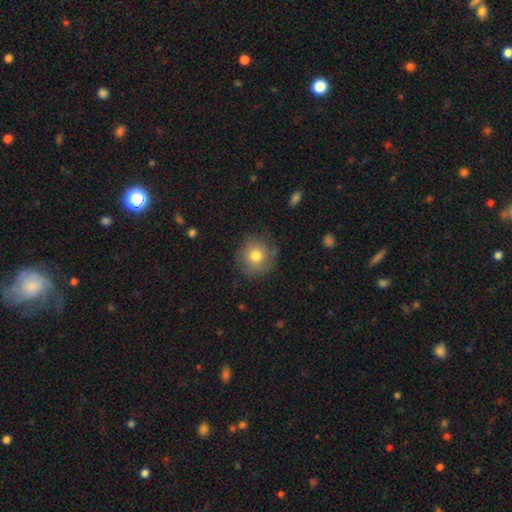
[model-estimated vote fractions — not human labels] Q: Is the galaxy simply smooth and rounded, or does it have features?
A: smooth — 78%.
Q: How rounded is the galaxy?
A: round — 92%.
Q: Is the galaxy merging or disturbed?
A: none — 81%.